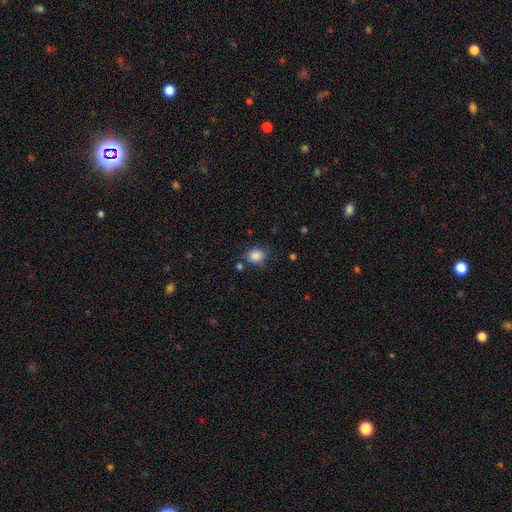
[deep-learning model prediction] Smooth or featured? Predicted: smooth (p=0.86). How rounded? Predicted: round (p=0.55). Merging? Predicted: none (p=0.76).